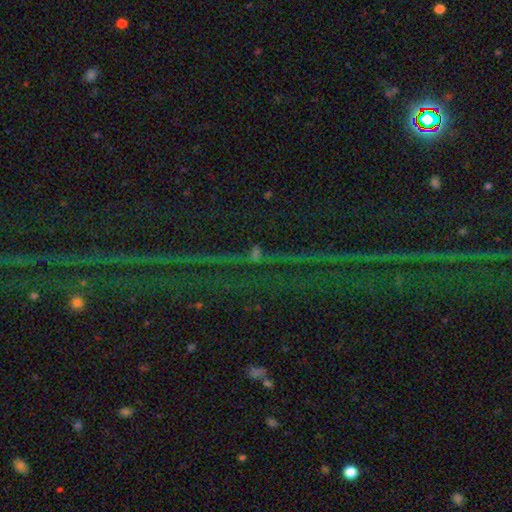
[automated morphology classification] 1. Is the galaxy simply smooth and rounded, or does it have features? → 79% star or artifact, 12% featured or disk, 9% smooth.